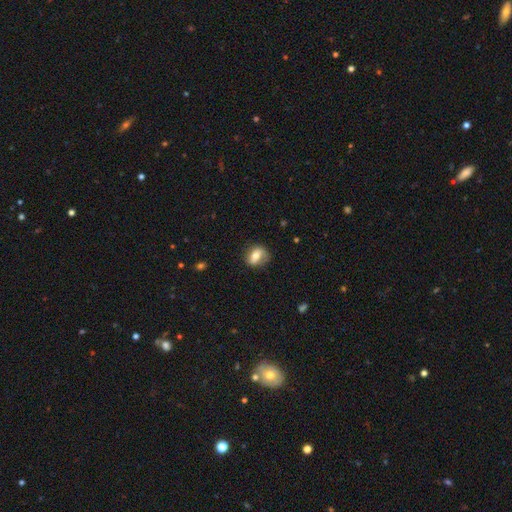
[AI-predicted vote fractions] This is possibly a smooth galaxy (55%). How rounded: possibly in between (54%). Merging: likely none (74%).